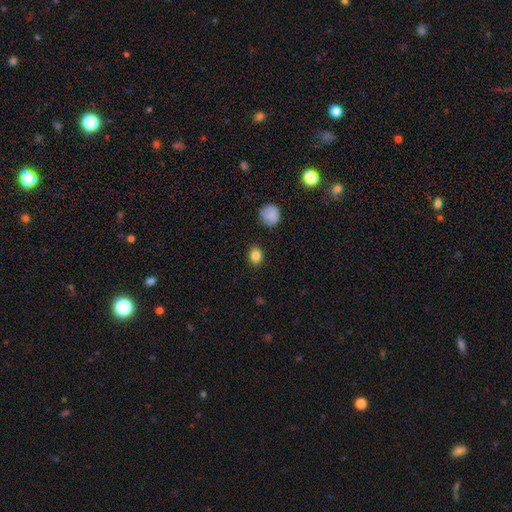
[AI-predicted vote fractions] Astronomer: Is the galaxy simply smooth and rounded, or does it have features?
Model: smooth — 85%.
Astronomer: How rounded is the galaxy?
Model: round — 55% (runner-up: in between, 44%).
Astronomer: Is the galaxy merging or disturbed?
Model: none — 88%.